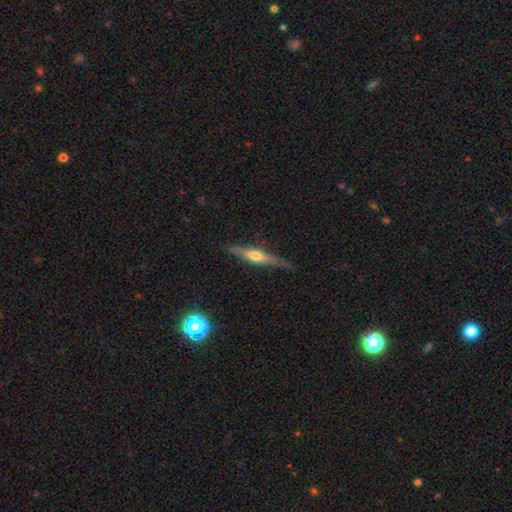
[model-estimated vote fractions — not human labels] This is likely a featured or disk galaxy (65%). It is clearly viewed edge-on (96%). Edge-on bulge: likely rounded (80%). Merging: clearly none (80%).